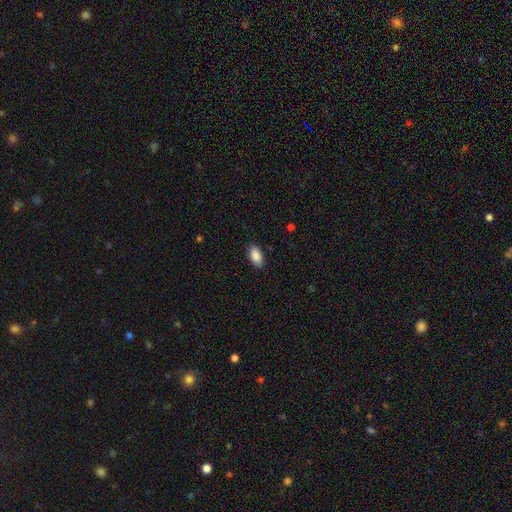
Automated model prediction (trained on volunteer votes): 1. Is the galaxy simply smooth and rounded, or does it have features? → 89% smooth, 7% star or artifact, 4% featured or disk.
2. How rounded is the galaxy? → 93% in between, 4% round, 3% cigar-shaped.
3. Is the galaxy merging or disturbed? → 88% none, 9% minor disturbance, 2% major disturbance, 1% merger.